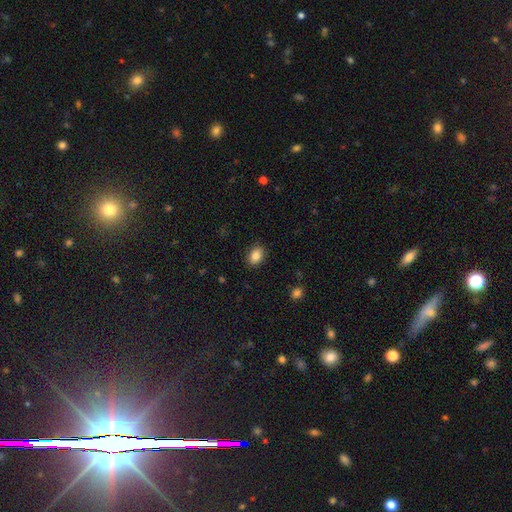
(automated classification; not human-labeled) The model was most divided on "how rounded": in between: 78%, round: 20%, cigar-shaped: 1%. More confident: merging — none (88%); smooth or featured — smooth (87%).